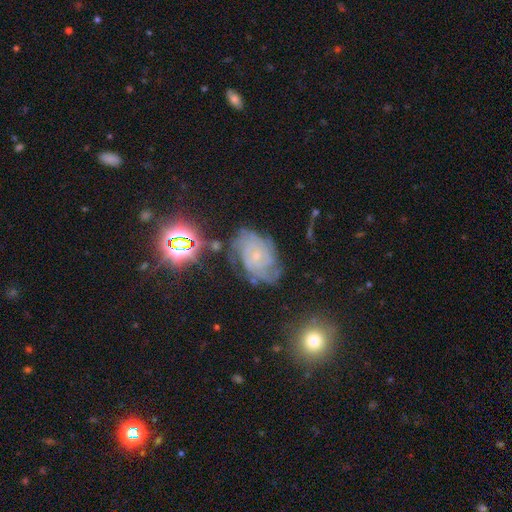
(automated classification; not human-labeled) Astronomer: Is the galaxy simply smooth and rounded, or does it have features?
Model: featured or disk — 72%.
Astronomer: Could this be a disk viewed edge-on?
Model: no — 97%.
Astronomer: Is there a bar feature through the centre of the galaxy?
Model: no — 73%.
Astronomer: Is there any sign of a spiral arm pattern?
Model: yes — 94%.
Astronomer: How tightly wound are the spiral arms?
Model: tight — 65%.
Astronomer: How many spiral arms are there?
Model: can't tell — 40% (runner-up: 3, 16%).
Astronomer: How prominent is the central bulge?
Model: small — 79%.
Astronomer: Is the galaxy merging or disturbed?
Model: none — 68%.